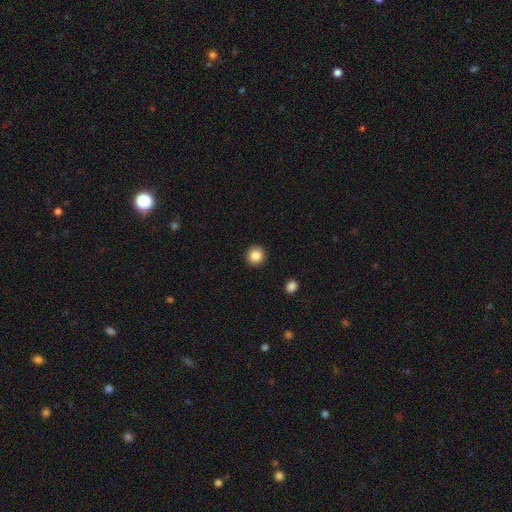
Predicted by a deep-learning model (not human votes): A smooth galaxy with no disk features (85%) that is round (92%).

Vote fractions:
- Smooth or featured? smooth: 85% / star or artifact: 10% / featured or disk: 6%
- How rounded? round: 92% / in between: 7% / cigar-shaped: 1%
- Merging? none: 92% / minor disturbance: 5% / major disturbance: 2% / merger: 1%